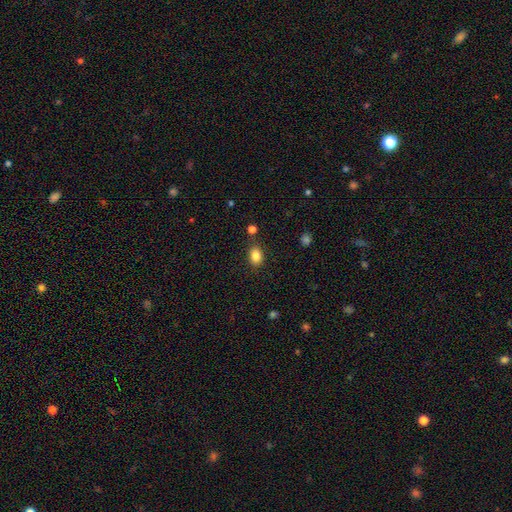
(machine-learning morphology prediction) This appears to be a smooth galaxy with no disk features (85%) that is in between round and cigar-shaped (71%). Merging: none (80%).